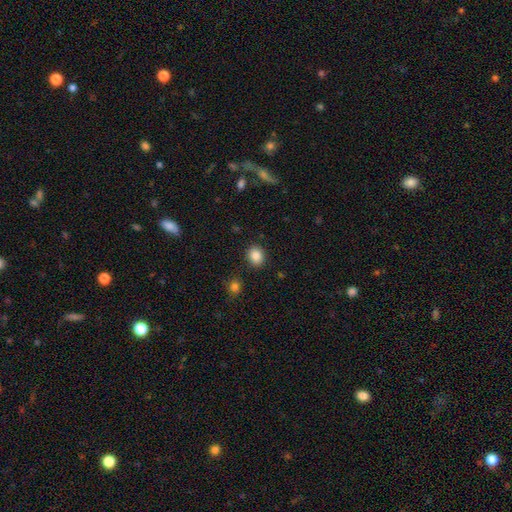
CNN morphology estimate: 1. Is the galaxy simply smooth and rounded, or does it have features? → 86% smooth, 9% star or artifact, 5% featured or disk.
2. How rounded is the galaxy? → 68% round, 31% in between, 1% cigar-shaped.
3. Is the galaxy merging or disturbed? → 89% none, 7% minor disturbance, 2% major disturbance, 2% merger.